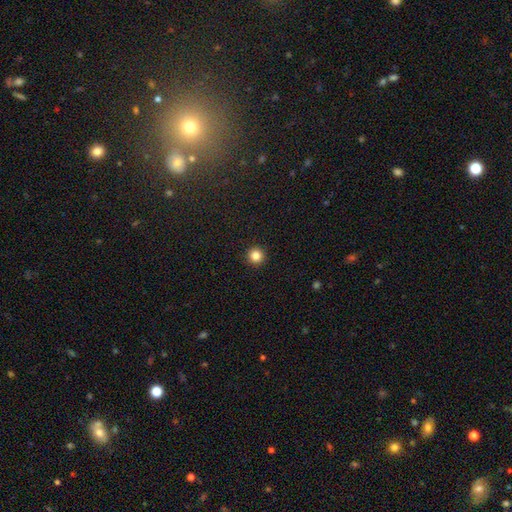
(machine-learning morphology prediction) smooth-or-featured: smooth: 84% | star or artifact: 12% | featured or disk: 4%
  how-rounded: round: 96% | in between: 3% | cigar-shaped: 1%
  merging: none: 94% | minor disturbance: 4% | major disturbance: 1% | merger: 1%